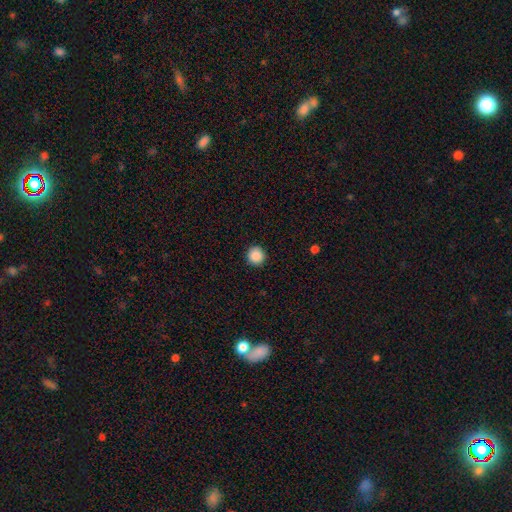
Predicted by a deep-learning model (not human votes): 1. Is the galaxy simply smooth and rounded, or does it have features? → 88% smooth, 9% star or artifact, 3% featured or disk.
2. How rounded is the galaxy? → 95% round, 4% in between, 1% cigar-shaped.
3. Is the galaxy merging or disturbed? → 92% none, 5% minor disturbance, 2% major disturbance, 1% merger.